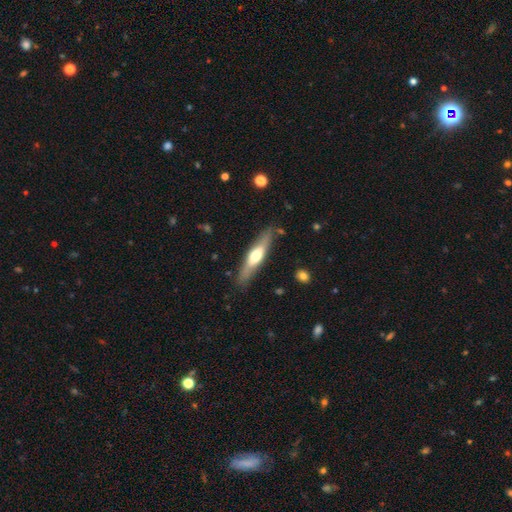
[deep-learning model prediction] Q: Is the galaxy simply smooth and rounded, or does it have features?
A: featured or disk — 49%.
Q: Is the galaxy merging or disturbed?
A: none — 83%.